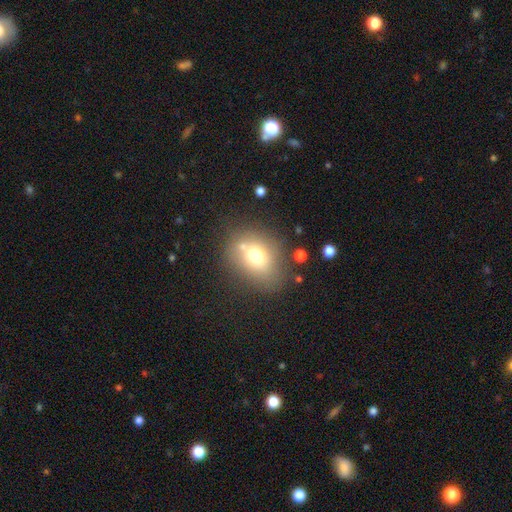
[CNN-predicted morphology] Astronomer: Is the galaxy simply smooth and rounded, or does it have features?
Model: smooth — 68%.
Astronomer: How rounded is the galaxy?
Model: in between — 51% (runner-up: round, 48%).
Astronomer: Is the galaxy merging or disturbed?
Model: none — 66%.